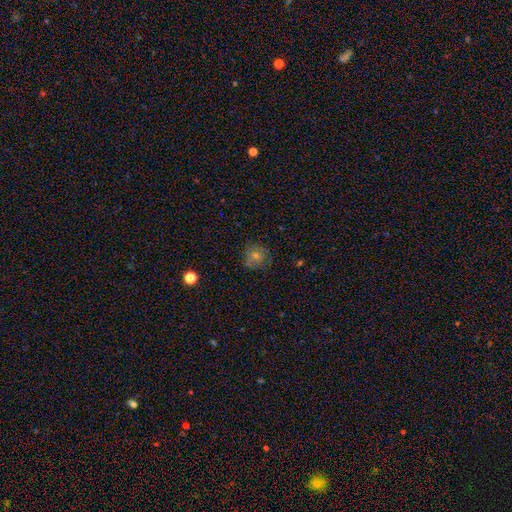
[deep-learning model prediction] smooth 53%, featured or disk 28%, star or artifact 19%. Down the decision tree: how rounded — round (89%); merging — none (78%).